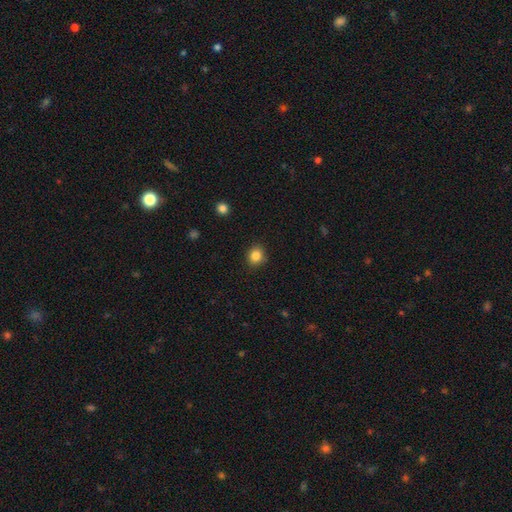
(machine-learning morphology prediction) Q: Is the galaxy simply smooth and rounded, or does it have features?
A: smooth — 85%.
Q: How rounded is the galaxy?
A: round — 80%.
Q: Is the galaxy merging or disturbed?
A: none — 89%.